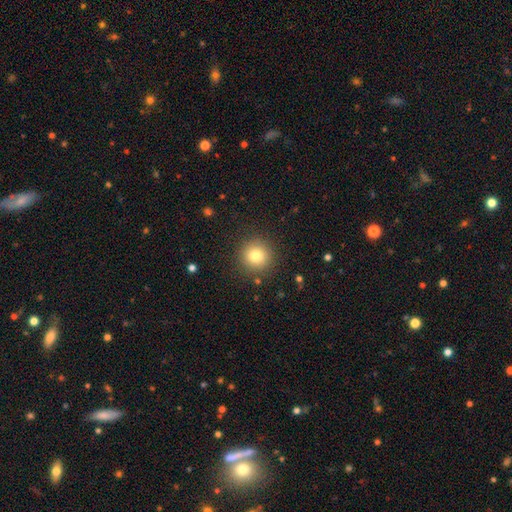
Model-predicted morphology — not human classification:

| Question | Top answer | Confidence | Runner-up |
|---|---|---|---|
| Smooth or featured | smooth | 79% | star or artifact (12%) |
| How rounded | round | 94% | in between (5%) |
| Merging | none | 89% | minor disturbance (7%) |